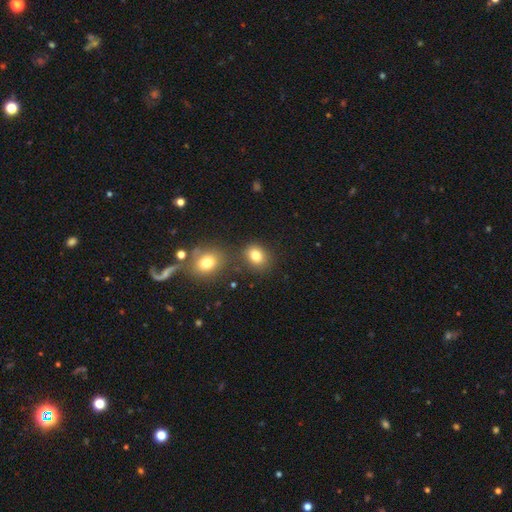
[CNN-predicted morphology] The model was most divided on "how rounded": in between: 50%, round: 49%, cigar-shaped: 1%. More confident: smooth or featured — smooth (80%); merging — none (73%).